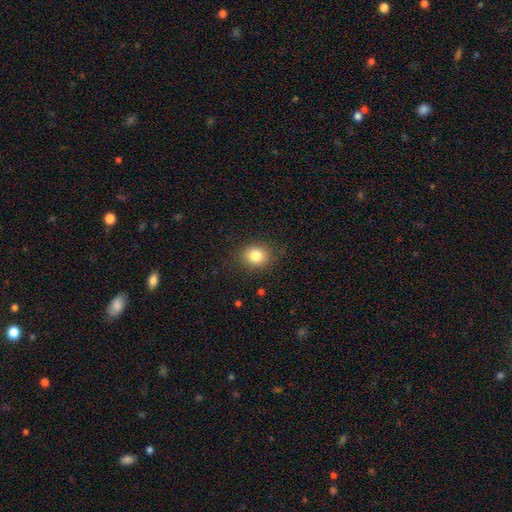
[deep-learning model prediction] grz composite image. It shows a smooth galaxy with no disk features (82%) that is round (64%). Merging: none (84%).